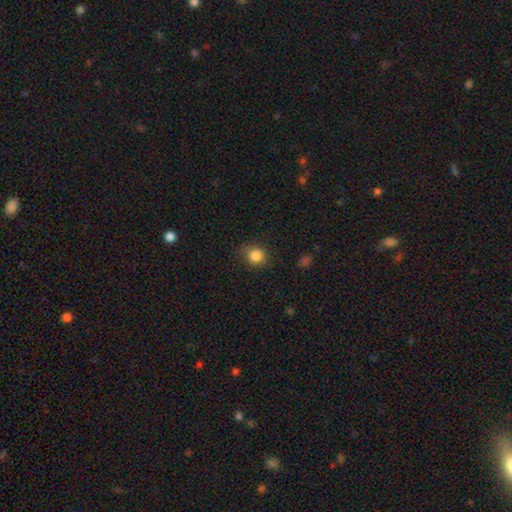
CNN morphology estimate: Smooth or featured?
  - smooth: 85% *
  - star or artifact: 11%
  - featured or disk: 4%
How rounded?
  - round: 81% *
  - in between: 18%
  - cigar-shaped: 1%
Merging?
  - none: 77% *
  - minor disturbance: 17%
  - major disturbance: 5%
  - merger: 1%